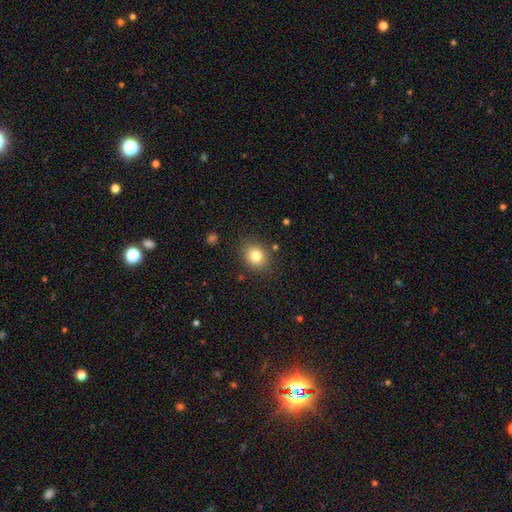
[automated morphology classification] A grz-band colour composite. It shows a smooth galaxy with no disk features (81%) that is round (59%). Merging: none (85%).